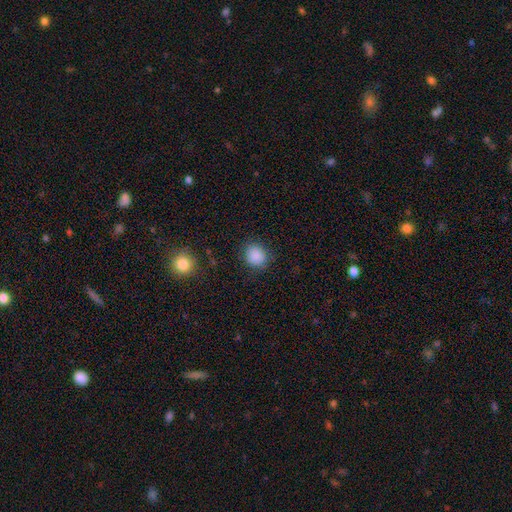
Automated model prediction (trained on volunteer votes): smooth_or_featured: smooth (p=0.87) [alt: star or artifact p=0.09]
how_rounded: round (p=0.75) [alt: in between p=0.24]
merging: none (p=0.83) [alt: minor disturbance p=0.12]